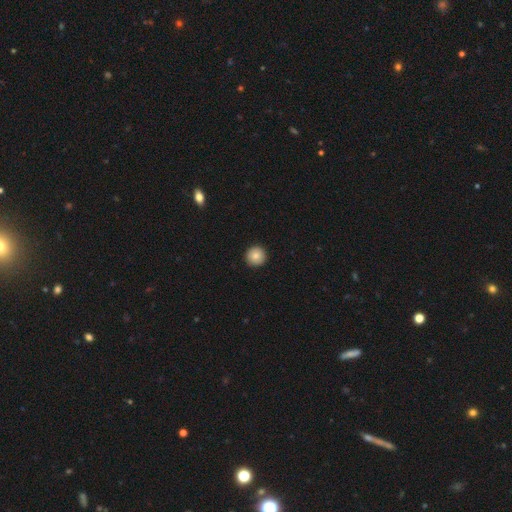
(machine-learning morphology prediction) Overall: smooth (86%). How rounded: round (96%). Merging: none (93%).